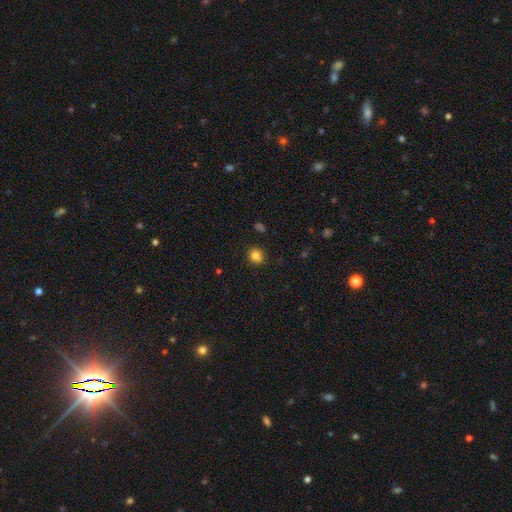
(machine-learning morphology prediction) A smooth galaxy with no disk features (82%) that is round (76%). Merging: none (87%).